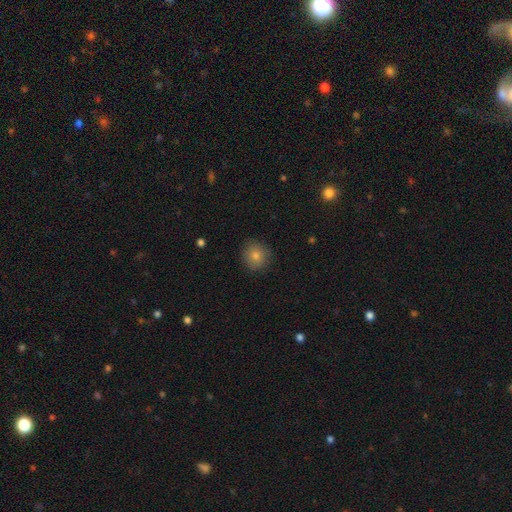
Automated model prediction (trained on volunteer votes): Smooth or featured? smooth (82%)
How rounded? round (88%)
Merging? none (88%)